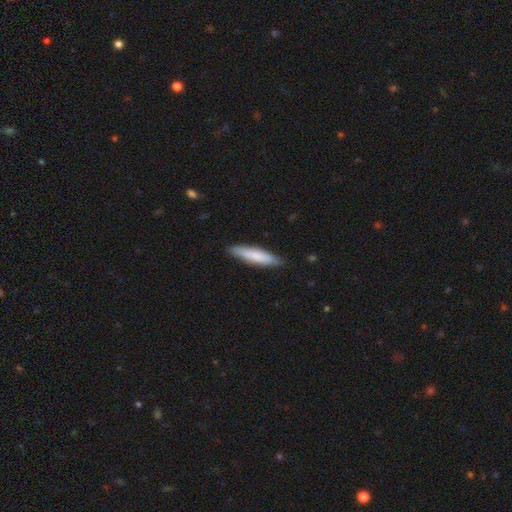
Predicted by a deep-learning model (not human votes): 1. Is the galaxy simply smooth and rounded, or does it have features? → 76% smooth, 19% featured or disk, 5% star or artifact.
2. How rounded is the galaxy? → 82% cigar-shaped, 16% in between, 1% round.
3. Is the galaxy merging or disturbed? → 87% none, 10% minor disturbance, 2% major disturbance, 1% merger.